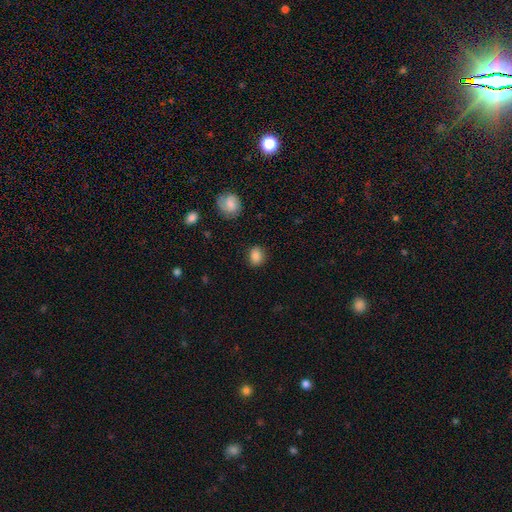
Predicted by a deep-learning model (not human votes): This is clearly a smooth galaxy (85%). How rounded: possibly round (56%). Merging: clearly none (85%).